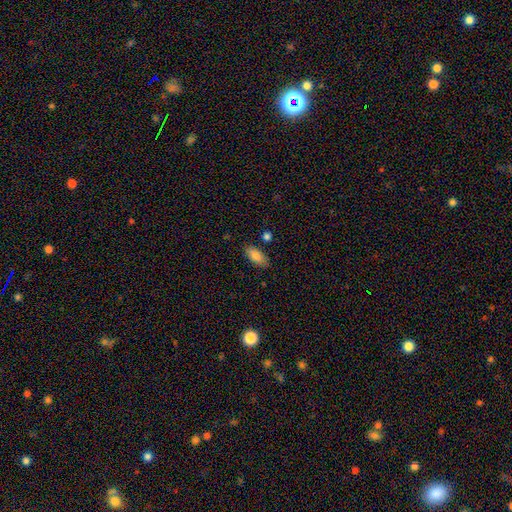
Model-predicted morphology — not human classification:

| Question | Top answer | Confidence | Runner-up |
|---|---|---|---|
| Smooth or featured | smooth | 84% | featured or disk (9%) |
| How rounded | in between | 90% | cigar-shaped (7%) |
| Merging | none | 82% | minor disturbance (12%) |